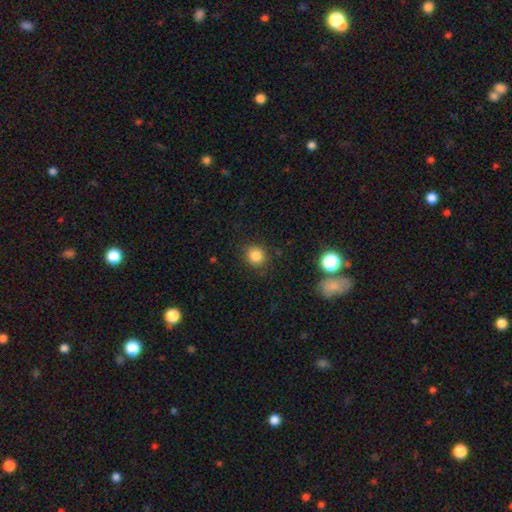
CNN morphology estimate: This is clearly a smooth galaxy (83%). How rounded: clearly round (89%). Merging: clearly none (87%).